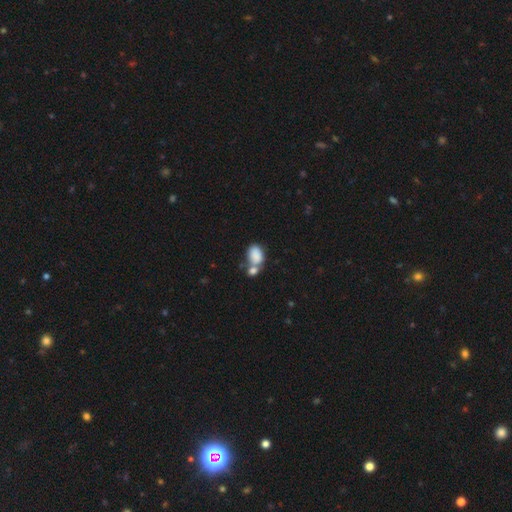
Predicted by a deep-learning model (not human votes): This is clearly a smooth galaxy (84%). How rounded: clearly in between (86%). Merging: possibly merger (48%).